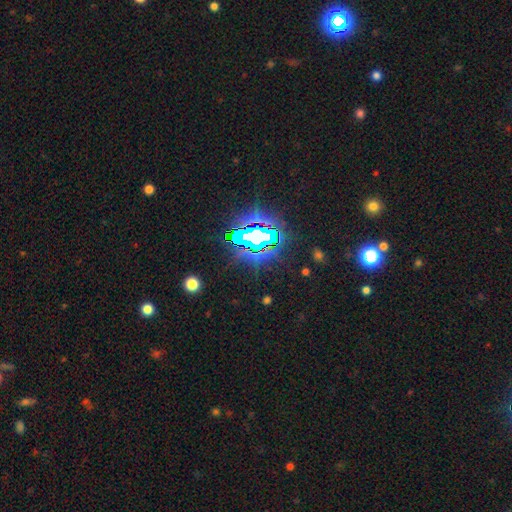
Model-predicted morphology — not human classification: smooth_or_featured: star or artifact (p=0.85) [alt: smooth p=0.09]